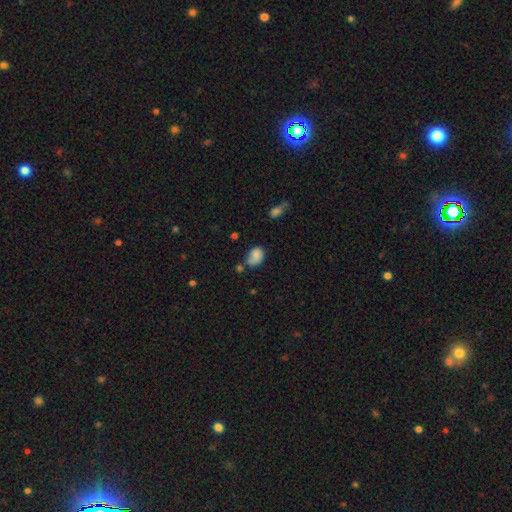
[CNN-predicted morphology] Smooth or featured: smooth — 79% (featured or disk — 11%)
How rounded: in between — 71% (round — 28%)
Merging: none — 49% (minor disturbance — 27%)